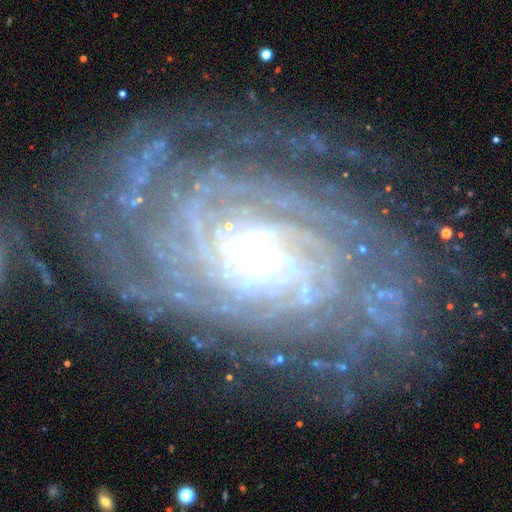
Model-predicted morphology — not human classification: Smooth or featured?
  - featured or disk: 91% *
  - star or artifact: 5%
  - smooth: 4%
Edge-on disk?
  - no: 97% *
  - yes: 3%
Bar?
  - no: 54% *
  - weak: 32%
  - strong: 14%
Spiral arms?
  - yes: 98% *
  - no: 2%
Spiral winding?
  - tight: 78% *
  - medium: 18%
  - loose: 4%
Spiral arm count?
  - more than 4: 28% *
  - can't tell: 24%
  - 4: 17%
  - 3: 11%
  - 2: 11%
  - 1: 9%
Bulge size?
  - small: 59% *
  - moderate: 36%
  - large: 3%
  - none: 2%
  - dominant: 1%
Merging?
  - none: 71% *
  - minor disturbance: 17%
  - major disturbance: 9%
  - merger: 3%